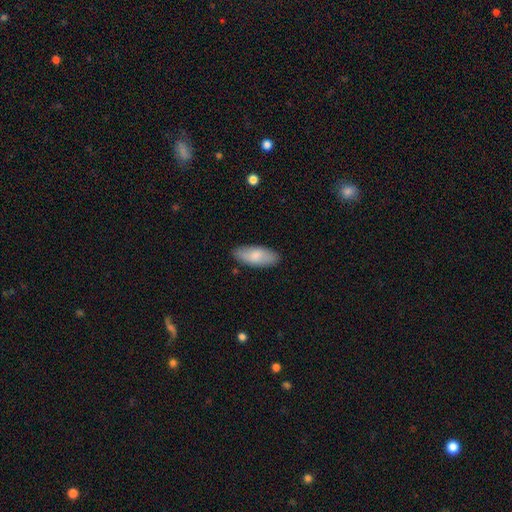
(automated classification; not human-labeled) Smooth or featured? smooth (80%)
How rounded? in between (87%)
Merging? none (86%)